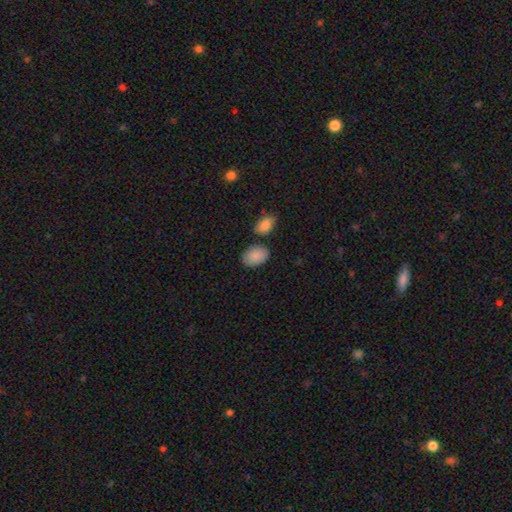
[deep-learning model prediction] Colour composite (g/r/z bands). It shows a smooth galaxy with no disk features (88%) that is in between round and cigar-shaped (87%). Merging: none (75%).